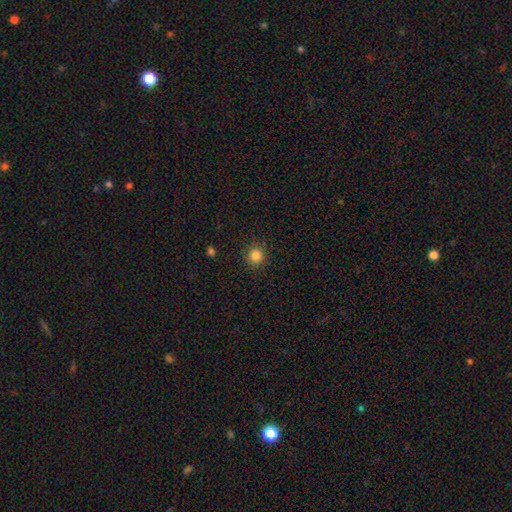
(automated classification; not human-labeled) Q: Smooth or featured?
A: smooth (84%); runner-up: star or artifact (12%)
Q: How rounded?
A: round (94%); runner-up: in between (5%)
Q: Merging?
A: none (90%); runner-up: minor disturbance (7%)